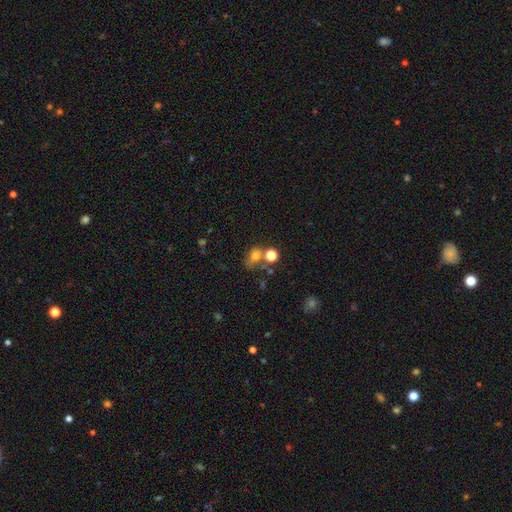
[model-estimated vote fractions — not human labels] Smooth or featured?
  - smooth: 71% *
  - star or artifact: 18%
  - featured or disk: 11%
How rounded?
  - round: 62% *
  - in between: 36%
  - cigar-shaped: 1%
Merging?
  - none: 49% *
  - merger: 27%
  - minor disturbance: 15%
  - major disturbance: 9%